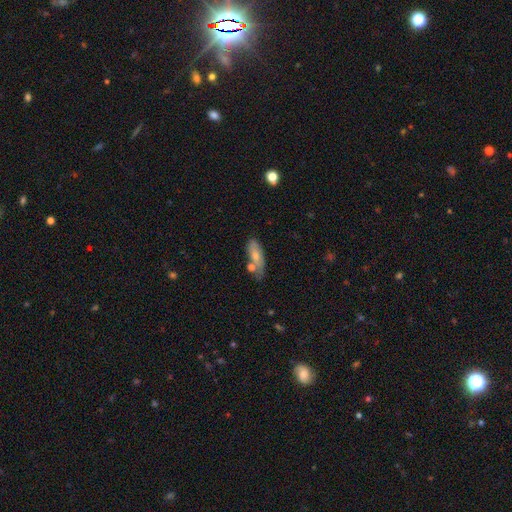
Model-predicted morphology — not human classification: Smooth or featured? Predicted: smooth (p=0.67). How rounded? Predicted: in between (p=0.69). Merging? Predicted: none (p=0.54).